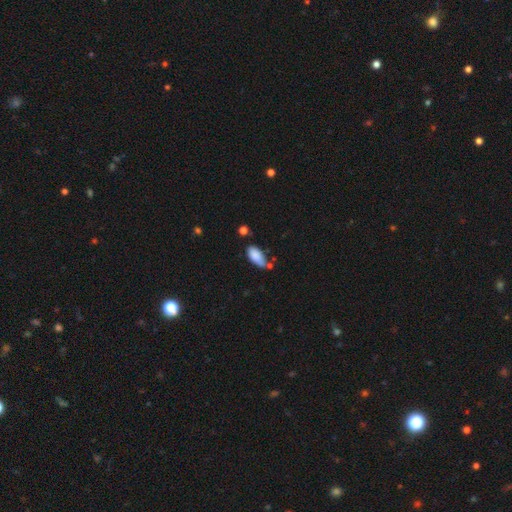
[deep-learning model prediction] The model was most divided on "merging": none: 49%, minor disturbance: 30%, merger: 14%, major disturbance: 7%. More confident: how rounded — in between (90%); smooth or featured — smooth (84%).